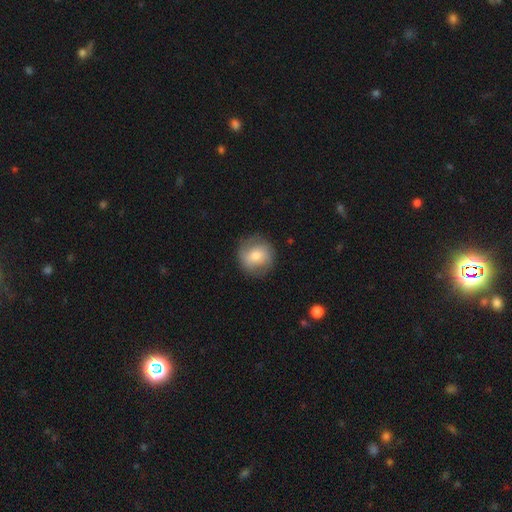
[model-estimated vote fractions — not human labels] Smooth or featured?
  - smooth: 60% *
  - featured or disk: 32%
  - star or artifact: 8%
How rounded?
  - round: 90% *
  - in between: 9%
  - cigar-shaped: 1%
Merging?
  - none: 82% *
  - minor disturbance: 13%
  - major disturbance: 4%
  - merger: 1%